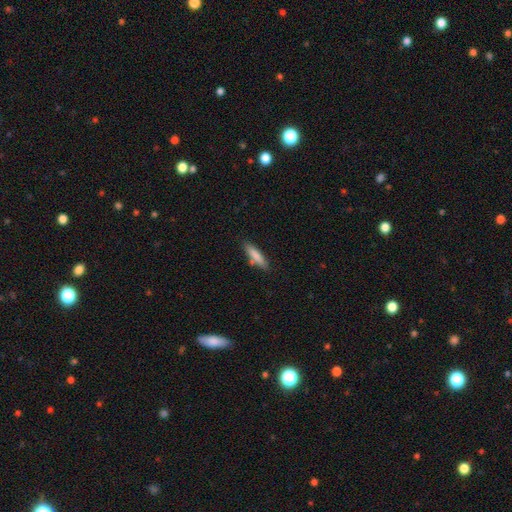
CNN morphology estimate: Smooth or featured?
  - smooth: 82% *
  - featured or disk: 12%
  - star or artifact: 6%
How rounded?
  - cigar-shaped: 78% *
  - in between: 20%
  - round: 1%
Merging?
  - none: 80% *
  - minor disturbance: 12%
  - merger: 5%
  - major disturbance: 3%